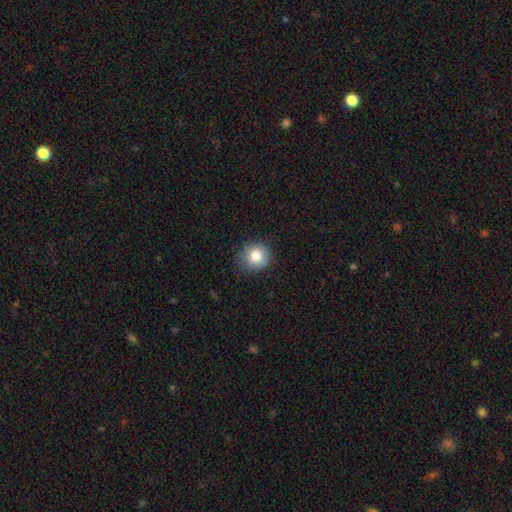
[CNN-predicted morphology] Q: Smooth or featured?
A: smooth (80%); runner-up: featured or disk (11%)
Q: How rounded?
A: round (77%); runner-up: in between (22%)
Q: Merging?
A: none (75%); runner-up: minor disturbance (20%)